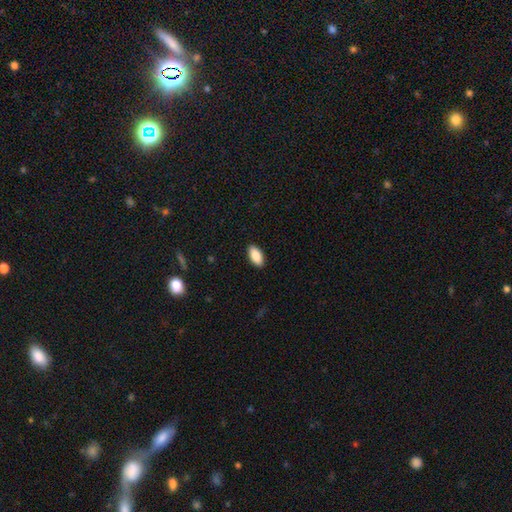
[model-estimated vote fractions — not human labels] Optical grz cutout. It shows a smooth galaxy with no disk features (88%) that is in between round and cigar-shaped (93%). Merging: none (90%).